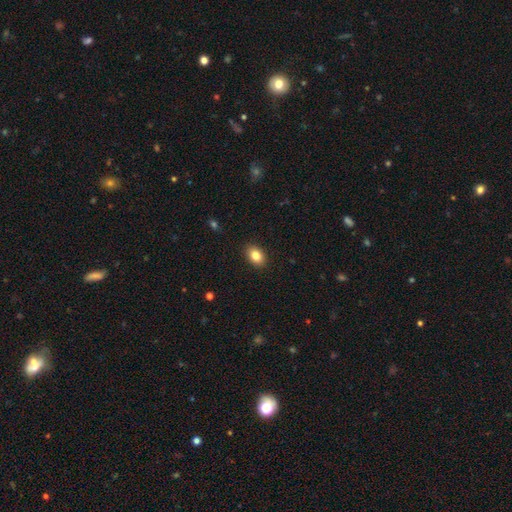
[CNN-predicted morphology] This is clearly a smooth galaxy (85%). How rounded: clearly in between (81%). Merging: clearly none (89%).